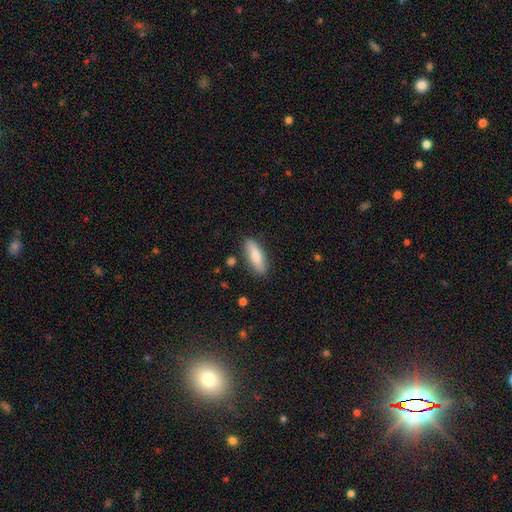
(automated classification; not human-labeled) A smooth galaxy with no disk features (77%) that is cigar-shaped (50%). Merging: none (84%).